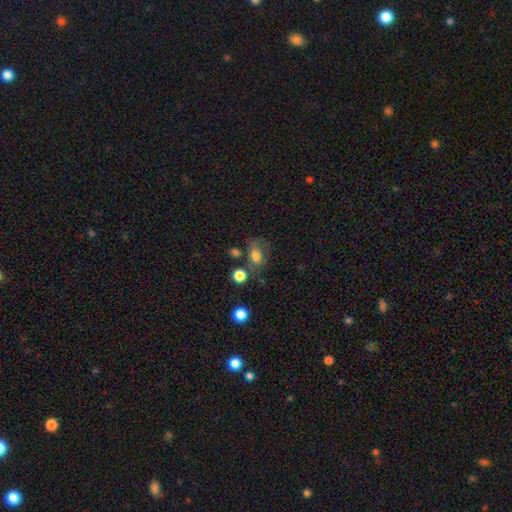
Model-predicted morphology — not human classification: smooth 72%, featured or disk 16%, star or artifact 12%. Down the decision tree: how rounded — in between (67%); merging — none (48%).